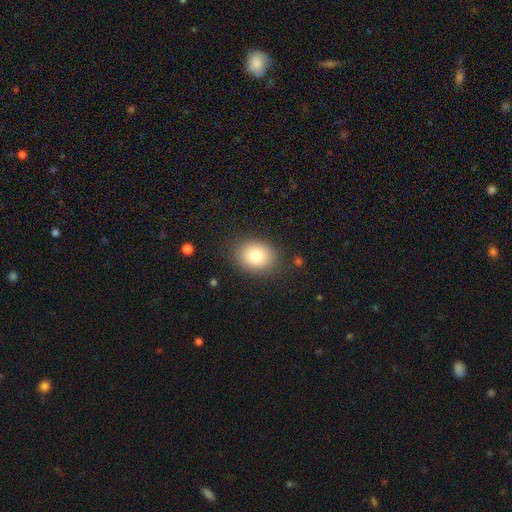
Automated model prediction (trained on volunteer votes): smooth-or-featured: smooth: 80% | featured or disk: 11% | star or artifact: 10%
  how-rounded: round: 52% | in between: 47% | cigar-shaped: 1%
  merging: none: 85% | minor disturbance: 10% | major disturbance: 3% | merger: 1%